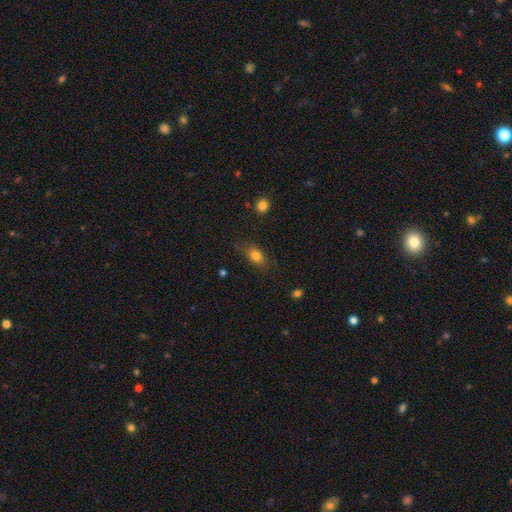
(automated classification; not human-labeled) Q: Smooth or featured?
A: smooth (80%); runner-up: star or artifact (10%)
Q: How rounded?
A: in between (79%); runner-up: round (17%)
Q: Merging?
A: none (74%); runner-up: minor disturbance (18%)